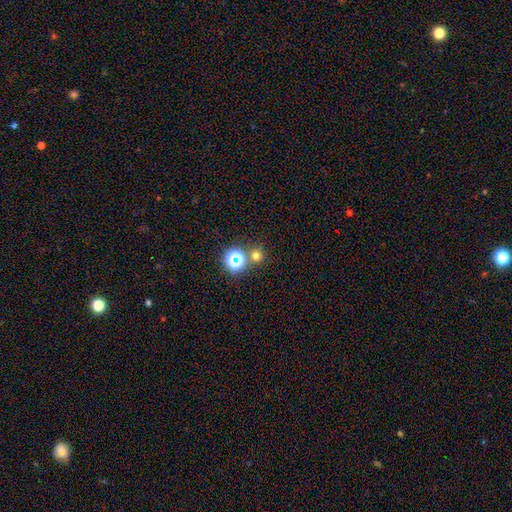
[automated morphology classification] This appears to be a smooth galaxy with no disk features (63%) that is round (91%). Merging: none (73%).